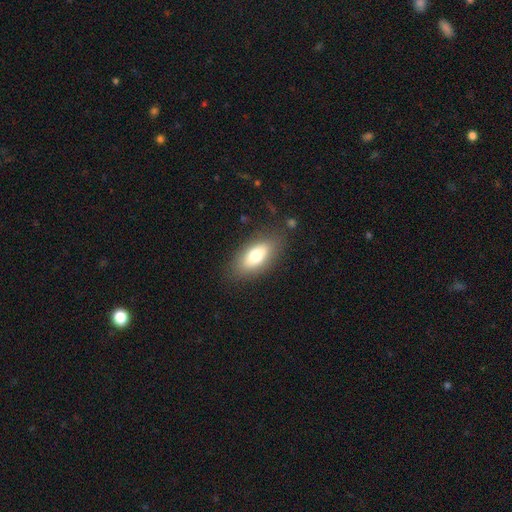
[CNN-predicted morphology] Smooth or featured? Predicted: smooth (p=0.72). How rounded? Predicted: in between (p=0.88). Merging? Predicted: none (p=0.81).